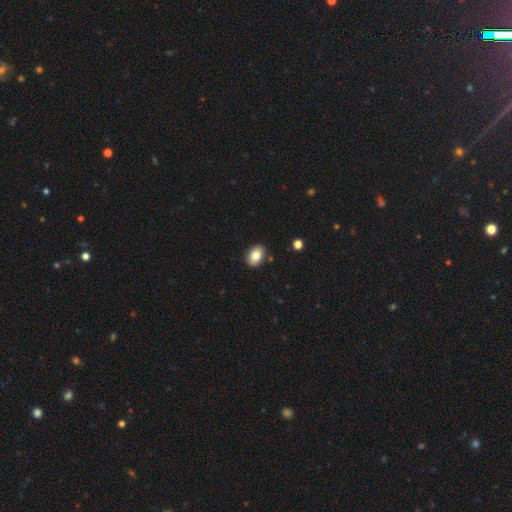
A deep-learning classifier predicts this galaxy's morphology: This is clearly a smooth galaxy (81%). How rounded: likely in between (78%). Merging: clearly none (87%).